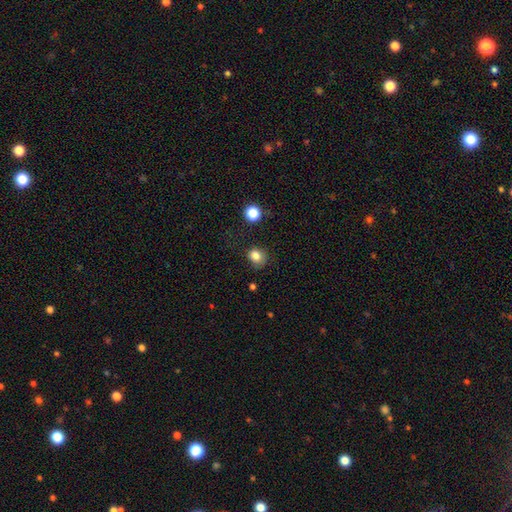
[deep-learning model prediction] smooth 82%, star or artifact 12%, featured or disk 6%. Down the decision tree: how rounded — round (72%); merging — none (67%).